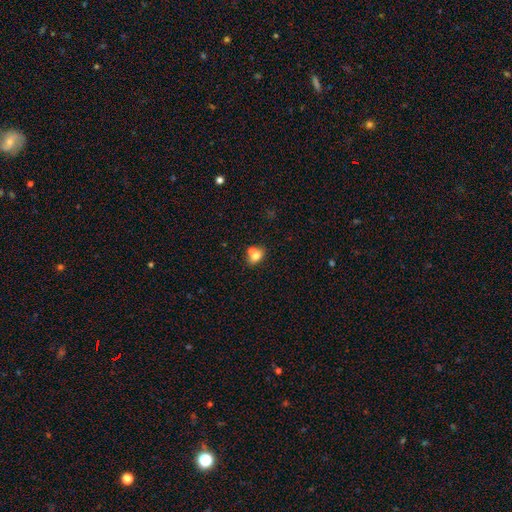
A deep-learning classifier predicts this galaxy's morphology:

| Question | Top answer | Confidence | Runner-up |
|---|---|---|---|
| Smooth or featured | smooth | 71% | featured or disk (18%) |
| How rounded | in between | 62% | round (36%) |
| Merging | merger | 48% | none (38%) |